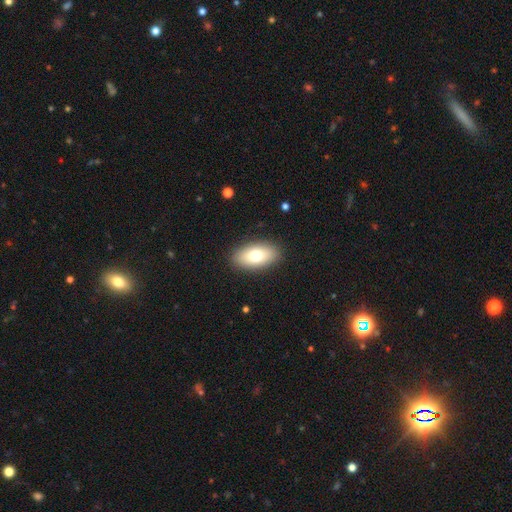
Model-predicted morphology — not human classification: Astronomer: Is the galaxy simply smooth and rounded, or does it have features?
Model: smooth — 74%.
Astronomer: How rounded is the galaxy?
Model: in between — 91%.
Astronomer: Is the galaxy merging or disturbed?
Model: none — 89%.